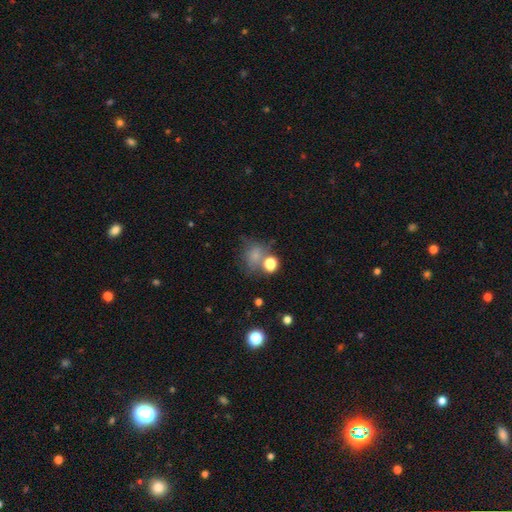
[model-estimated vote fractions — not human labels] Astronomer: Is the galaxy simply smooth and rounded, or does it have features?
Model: smooth — 72%.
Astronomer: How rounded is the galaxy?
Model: round — 66%.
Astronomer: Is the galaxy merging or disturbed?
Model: none — 46% (runner-up: merger, 23%).